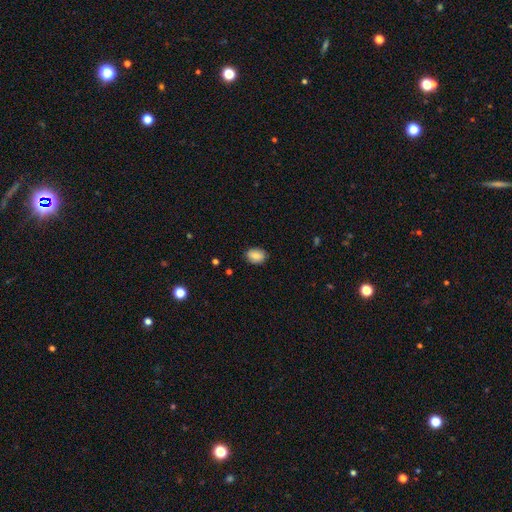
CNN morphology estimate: smooth 78%, featured or disk 14%, star or artifact 8%. Down the decision tree: how rounded — in between (73%); merging — none (83%).